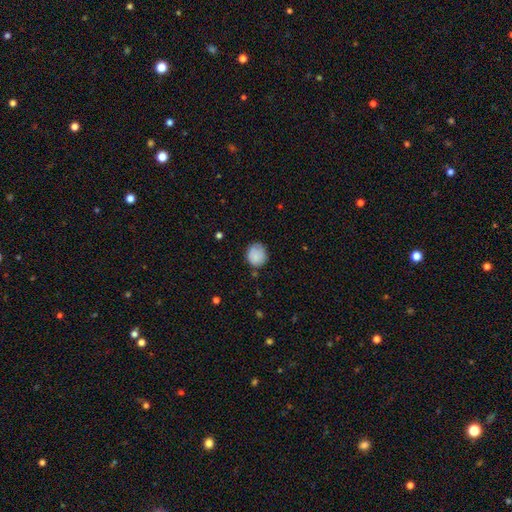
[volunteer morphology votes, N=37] Smooth or featured? smooth (86%)
How rounded? round (66%)
Merging? none (74%)